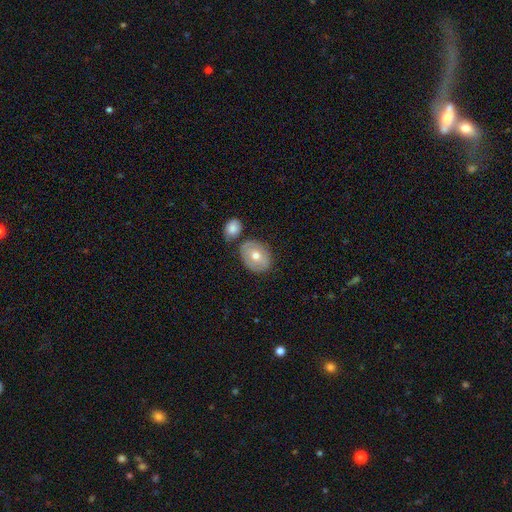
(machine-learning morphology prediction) smooth-or-featured: smooth: 60% | featured or disk: 33% | star or artifact: 7%
  how-rounded: in between: 62% | round: 36% | cigar-shaped: 1%
  merging: none: 66% | minor disturbance: 15% | merger: 14% | major disturbance: 4%